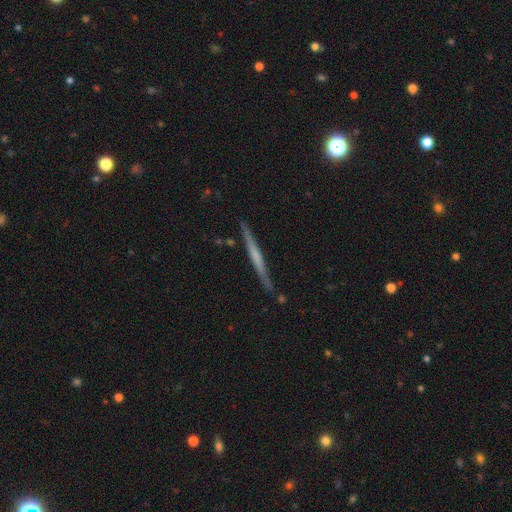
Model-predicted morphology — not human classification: featured or disk 60%, smooth 34%, star or artifact 5%. Down the decision tree: edge-on disk — yes (97%); edge-on bulge — none (71%); merging — none (87%).